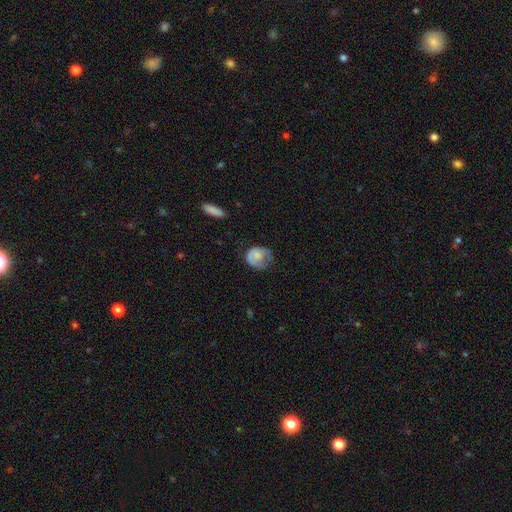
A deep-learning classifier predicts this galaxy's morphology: The model was most divided on "merging": none: 40%, minor disturbance: 33%, major disturbance: 25%, merger: 2%. More confident: smooth or featured — smooth (67%); how rounded — round (60%).